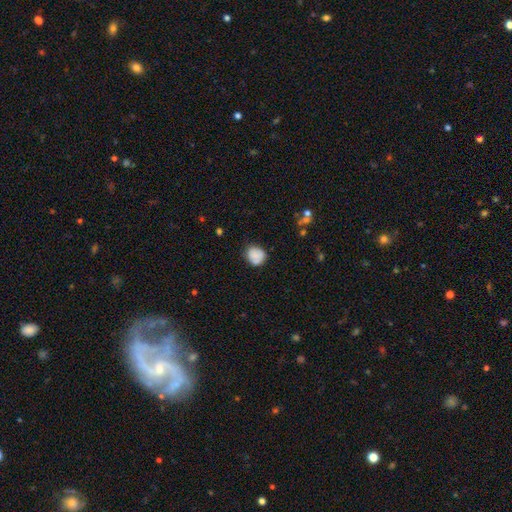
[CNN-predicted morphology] Q: Smooth or featured?
A: smooth (83%); runner-up: star or artifact (9%)
Q: How rounded?
A: round (76%); runner-up: in between (23%)
Q: Merging?
A: none (71%); runner-up: minor disturbance (21%)